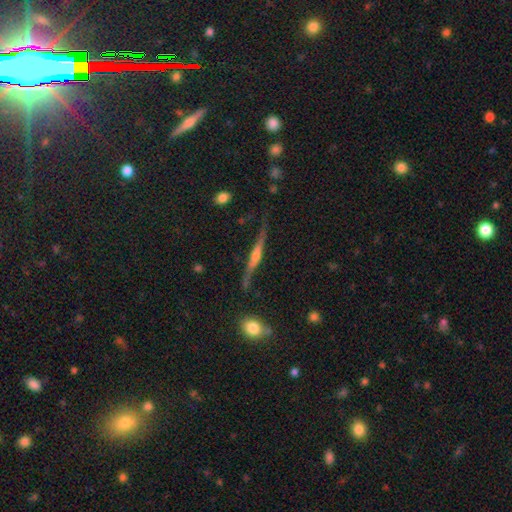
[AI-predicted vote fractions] Smooth or featured: featured or disk — 76% (smooth — 17%)
Edge-on disk: yes — 94% (no — 6%)
Edge-on bulge: rounded — 74% (none — 14%)
Merging: none — 75% (minor disturbance — 17%)